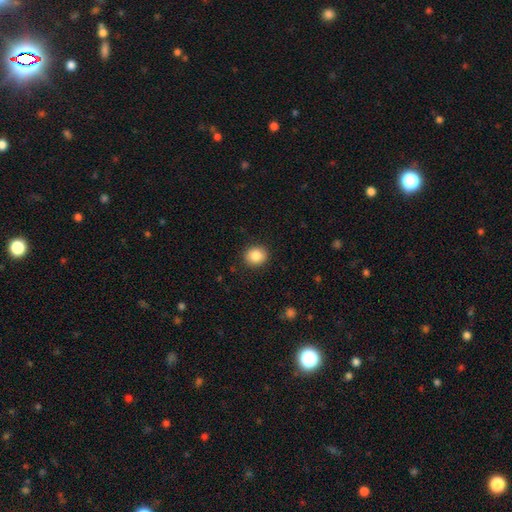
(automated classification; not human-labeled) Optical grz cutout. It shows a smooth galaxy with no disk features (86%) that is round (73%). Merging: none (90%).